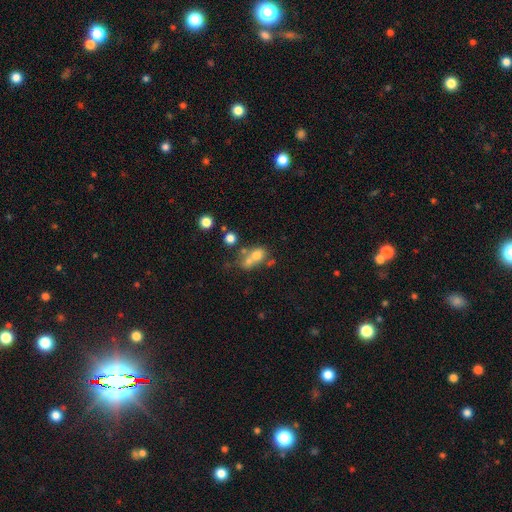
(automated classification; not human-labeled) Morphology: type=smooth (66%); roundness=round (53%); merging=merger (50%).